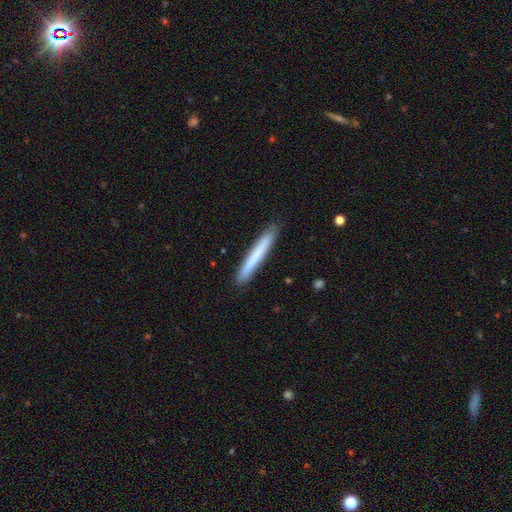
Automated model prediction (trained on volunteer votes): smooth_or_featured: smooth (p=0.74) [alt: featured or disk p=0.20]
how_rounded: cigar-shaped (p=0.96) [alt: in between p=0.02]
merging: none (p=0.90) [alt: minor disturbance p=0.07]